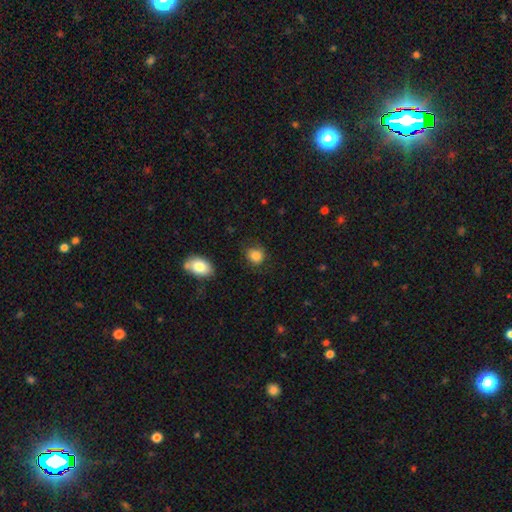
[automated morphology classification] This is clearly a smooth galaxy (84%). How rounded: likely round (67%). Merging: likely none (67%).